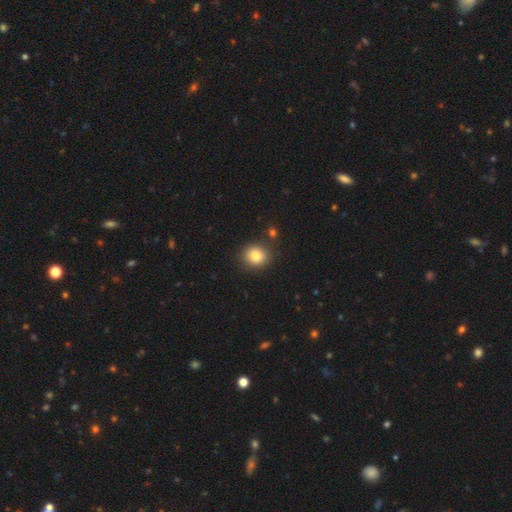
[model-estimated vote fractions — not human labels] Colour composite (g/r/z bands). It shows a smooth galaxy with no disk features (83%) that is round (76%). Merging: none (83%).